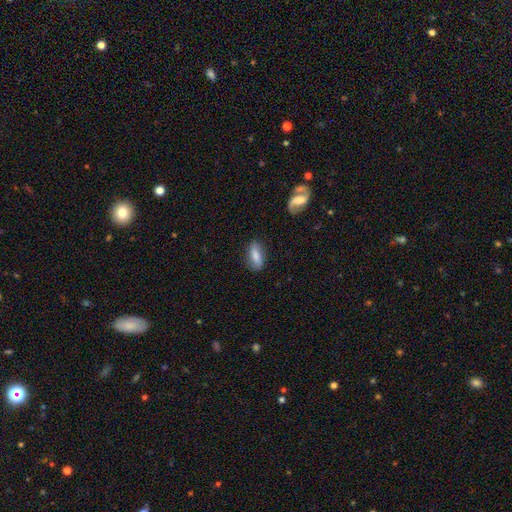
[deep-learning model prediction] smooth 75%, featured or disk 18%, star or artifact 7%. Down the decision tree: how rounded — in between (78%); merging — none (78%).